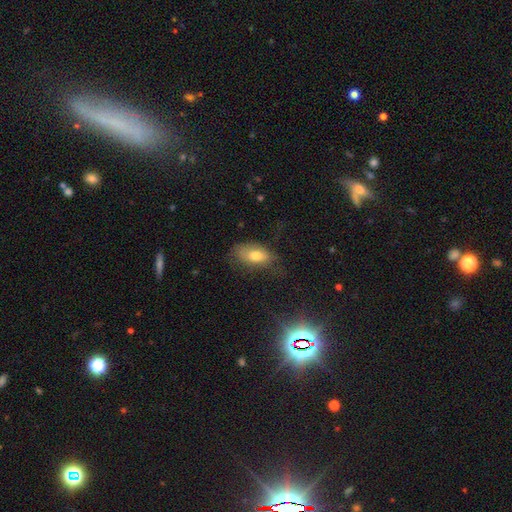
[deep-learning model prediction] This is likely a smooth galaxy (71%). How rounded: clearly in between (89%). Merging: possibly none (55%).